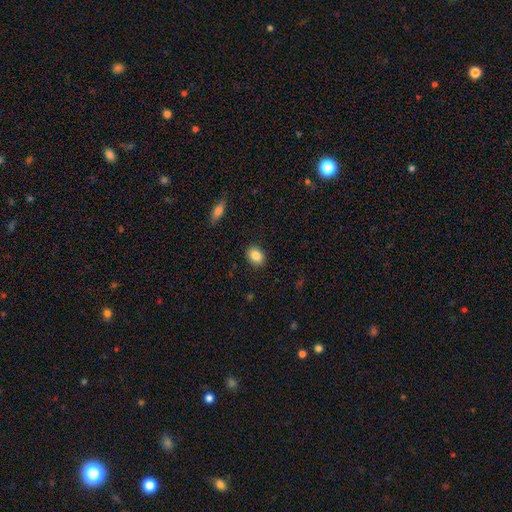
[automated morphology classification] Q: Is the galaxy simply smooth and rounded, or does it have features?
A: smooth — 86%.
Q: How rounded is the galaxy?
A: in between — 62%.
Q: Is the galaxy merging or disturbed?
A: none — 89%.